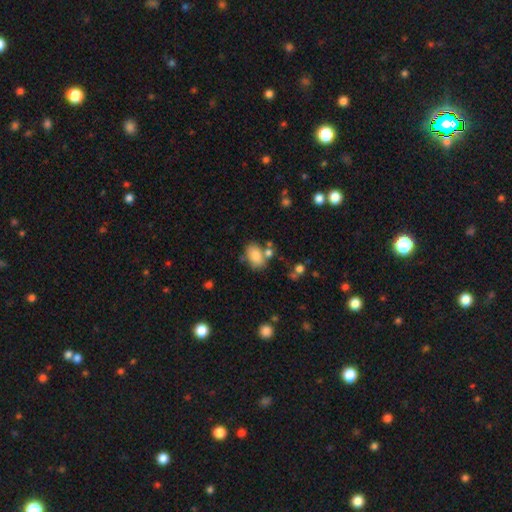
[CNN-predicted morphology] The model was most divided on "merging": none: 60%, minor disturbance: 17%, merger: 16%, major disturbance: 6%. More confident: how rounded — in between (84%); smooth or featured — smooth (82%).